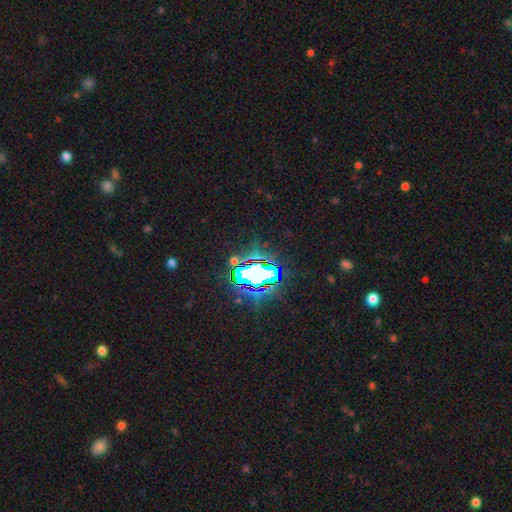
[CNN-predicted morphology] Overall: star or artifact (82%).